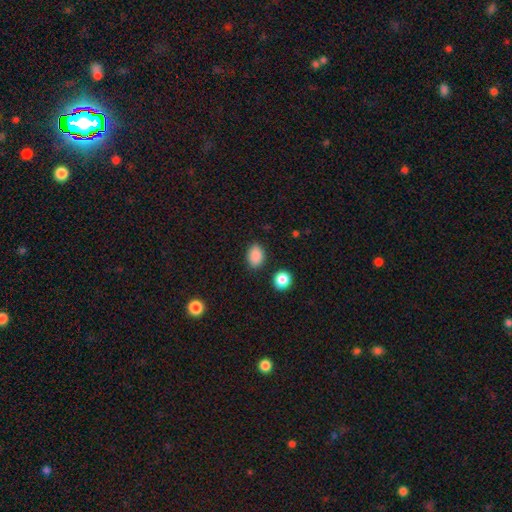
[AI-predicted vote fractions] Morphology: type=smooth (88%); roundness=in between (78%); merging=none (84%).